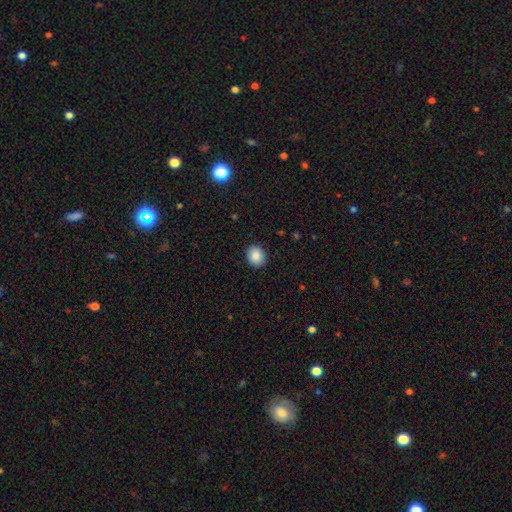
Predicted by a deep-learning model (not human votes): This is clearly a smooth galaxy (87%). How rounded: likely round (66%). Merging: clearly none (90%).